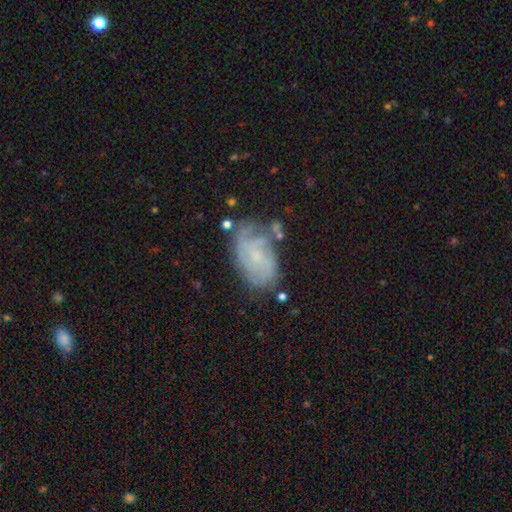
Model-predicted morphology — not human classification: featured or disk 70%, smooth 20%, star or artifact 11%. Down the decision tree: edge-on disk — no (97%); bar — no (61%); spiral arms — yes (89%); spiral arm count — can't tell (37%); spiral winding — tight (52%); bulge size — small (69%); merging — none (58%).